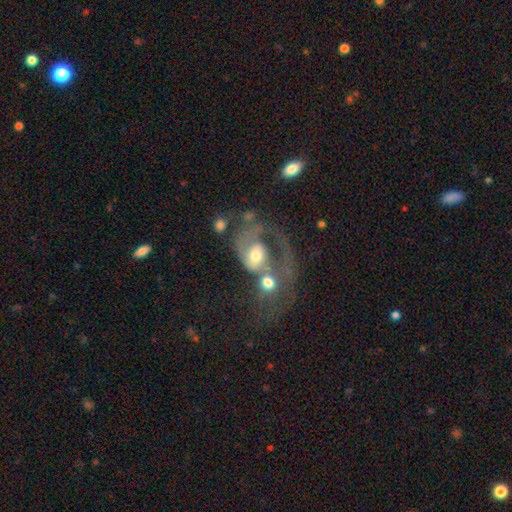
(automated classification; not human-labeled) smooth-or-featured: featured or disk: 66% | smooth: 25% | star or artifact: 9%
  disk-edge-on: no: 97% | yes: 3%
    bar: no: 61% | weak: 31% | strong: 8%
    has-spiral-arms: yes: 74% | no: 26%
    bulge-size: moderate: 62% | small: 20% | large: 13% | none: 3% | dominant: 2%
  merging: merger: 54% | major disturbance: 24% | none: 14% | minor disturbance: 8%